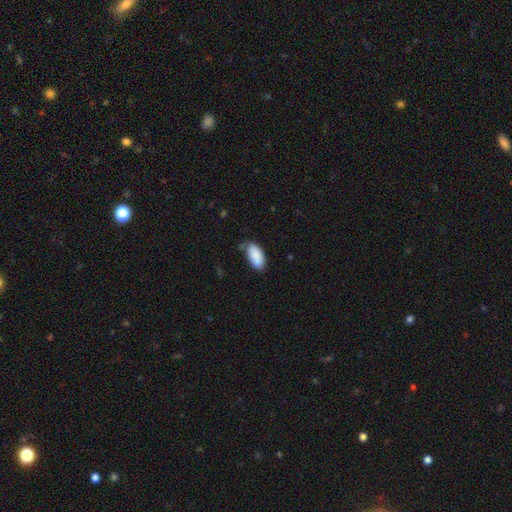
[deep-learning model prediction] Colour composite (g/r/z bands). It shows a smooth galaxy with no disk features (88%) that is in between round and cigar-shaped (93%). Merging: none (66%).